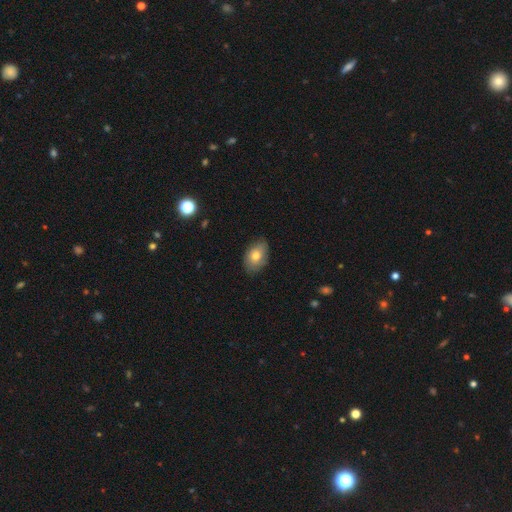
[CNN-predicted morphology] A smooth galaxy with no disk features (72%) that is in between round and cigar-shaped (86%).

Vote fractions:
- Smooth or featured? smooth: 72% / featured or disk: 20% / star or artifact: 8%
- How rounded? in between: 86% / round: 13% / cigar-shaped: 1%
- Merging? none: 77% / minor disturbance: 19% / major disturbance: 3% / merger: 1%